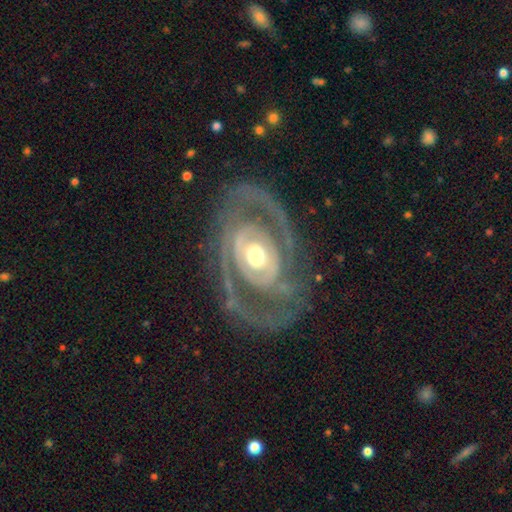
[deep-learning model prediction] Smooth or featured: featured or disk — 86% (smooth — 10%)
Edge-on disk: no — 95% (yes — 5%)
Bar: no — 67% (weak — 21%)
Spiral arms: yes — 79% (no — 21%)
Spiral winding: tight — 51% (medium — 34%)
Spiral arm count: 2 — 59% (can't tell — 18%)
Bulge size: moderate — 67% (large — 19%)
Merging: none — 69% (minor disturbance — 16%)